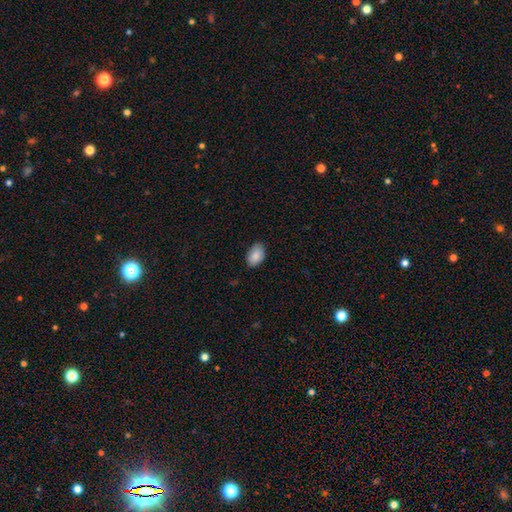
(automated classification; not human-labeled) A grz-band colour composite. It shows a smooth galaxy with no disk features (88%) that is in between round and cigar-shaped (90%). Merging: none (81%).